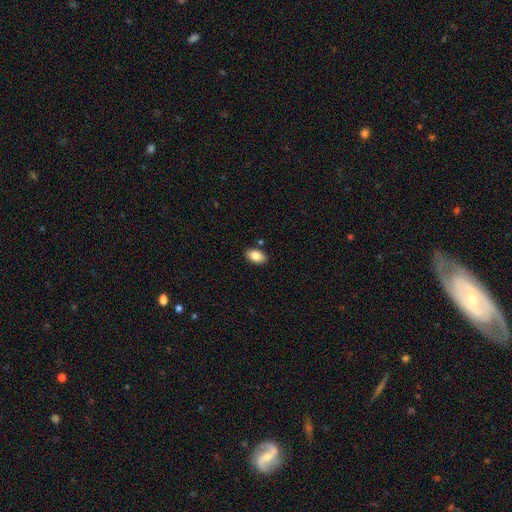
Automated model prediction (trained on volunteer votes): A smooth galaxy with no disk features (85%) that is in between round and cigar-shaped (91%). Merging: none (86%).